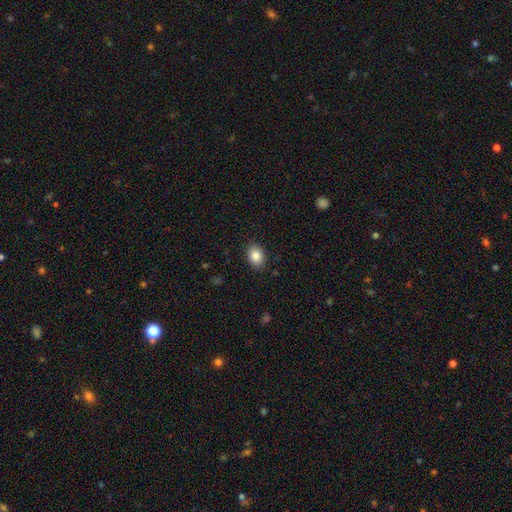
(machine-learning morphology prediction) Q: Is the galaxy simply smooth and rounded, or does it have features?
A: smooth — 86%.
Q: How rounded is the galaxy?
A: in between — 70%.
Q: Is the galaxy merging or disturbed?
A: none — 88%.